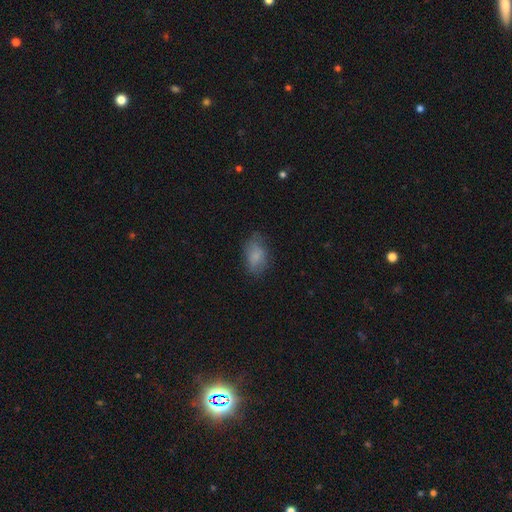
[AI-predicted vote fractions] This is likely a smooth galaxy (79%). How rounded: clearly in between (88%). Merging: likely none (67%).